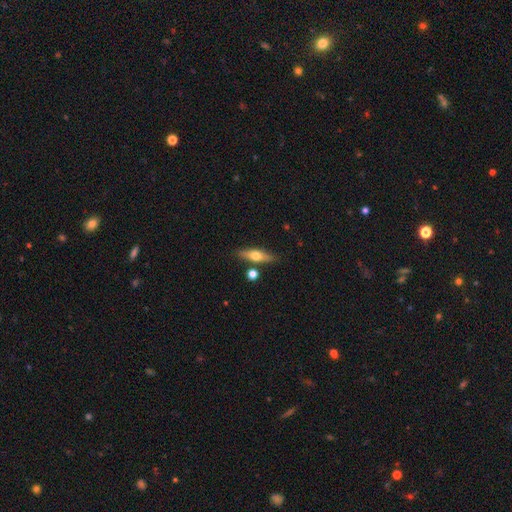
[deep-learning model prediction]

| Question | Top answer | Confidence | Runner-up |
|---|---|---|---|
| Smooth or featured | smooth | 51% | featured or disk (43%) |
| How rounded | cigar-shaped | 59% | in between (36%) |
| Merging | none | 81% | minor disturbance (10%) |